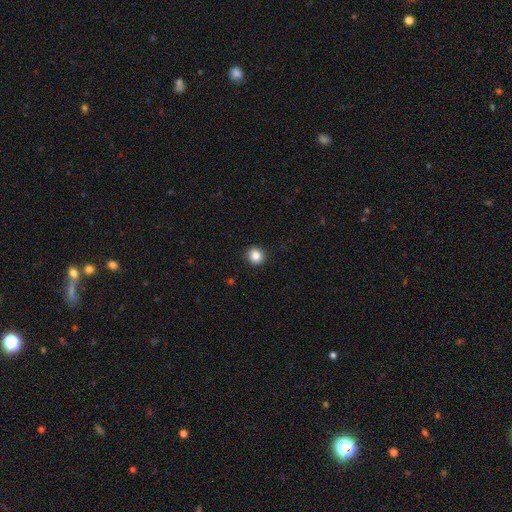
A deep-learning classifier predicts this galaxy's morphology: smooth-or-featured: smooth: 86% | star or artifact: 10% | featured or disk: 4%
  how-rounded: round: 89% | in between: 10% | cigar-shaped: 1%
  merging: none: 92% | minor disturbance: 5% | major disturbance: 2% | merger: 1%